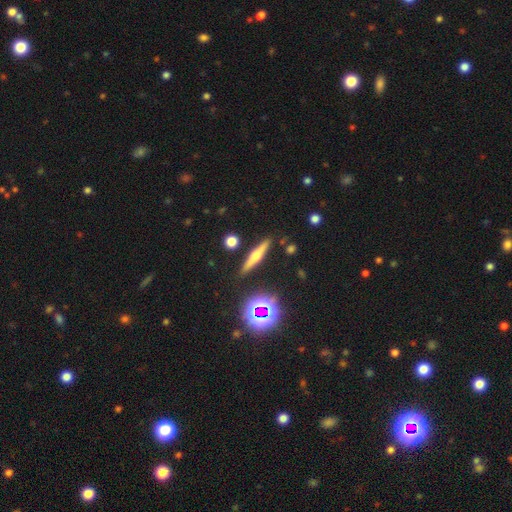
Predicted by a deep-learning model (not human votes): This appears to be a featured or disk galaxy (56%) viewed edge-on (95%) with a rounded central bulge (89%). Merging: none (88%).